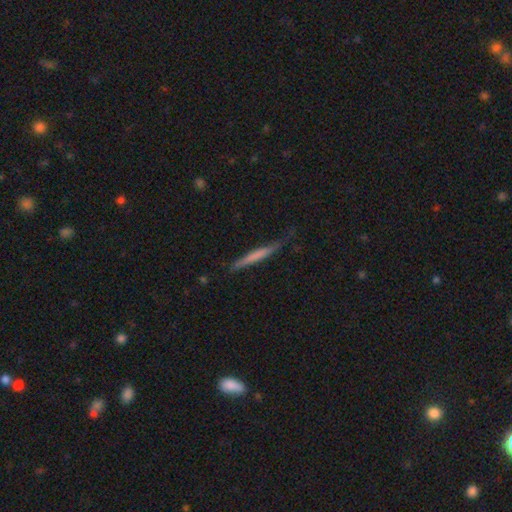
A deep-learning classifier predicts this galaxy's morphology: smooth_or_featured: smooth (p=0.58) [alt: featured or disk p=0.36]
how_rounded: cigar-shaped (p=0.96) [alt: in between p=0.03]
merging: none (p=0.73) [alt: minor disturbance p=0.20]